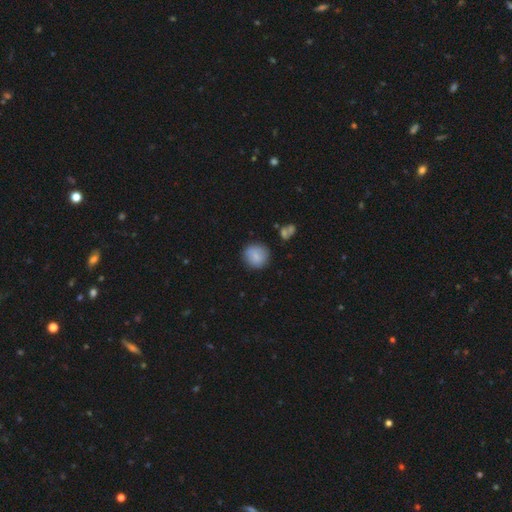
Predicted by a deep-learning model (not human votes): A smooth galaxy with no disk features (81%) that is round (90%).

Vote fractions:
- Smooth or featured? smooth: 81% / featured or disk: 11% / star or artifact: 8%
- How rounded? round: 90% / in between: 9% / cigar-shaped: 1%
- Merging? none: 80% / minor disturbance: 13% / merger: 3% / major disturbance: 3%